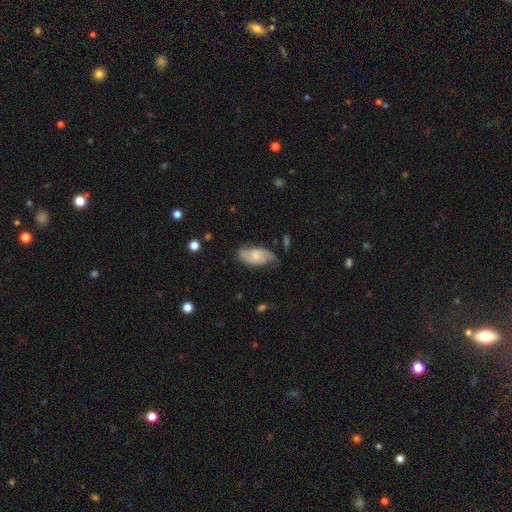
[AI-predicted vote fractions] featured or disk 47%, smooth 46%, star or artifact 7%. Down the decision tree: merging — none (59%).